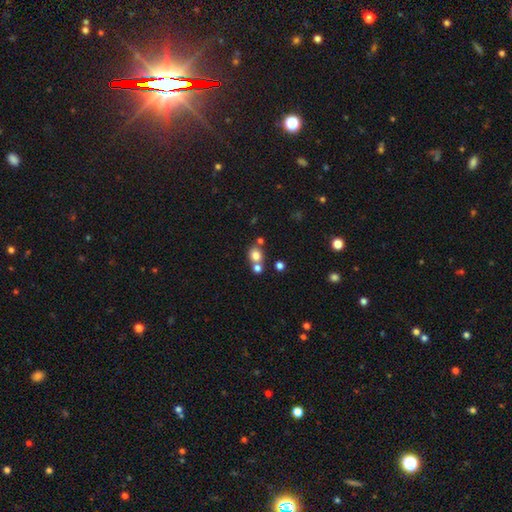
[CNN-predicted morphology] Smooth or featured? Predicted: smooth (p=0.78). How rounded? Predicted: round (p=0.76). Merging? Predicted: none (p=0.53).